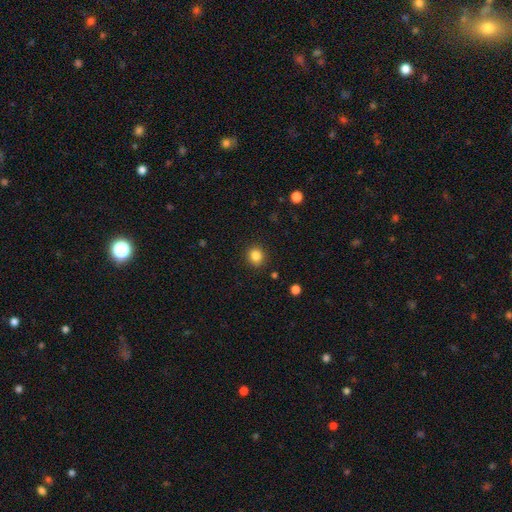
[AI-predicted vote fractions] Smooth or featured?
  - smooth: 85% *
  - star or artifact: 11%
  - featured or disk: 4%
How rounded?
  - round: 83% *
  - in between: 16%
  - cigar-shaped: 1%
Merging?
  - none: 89% *
  - minor disturbance: 7%
  - major disturbance: 2%
  - merger: 1%